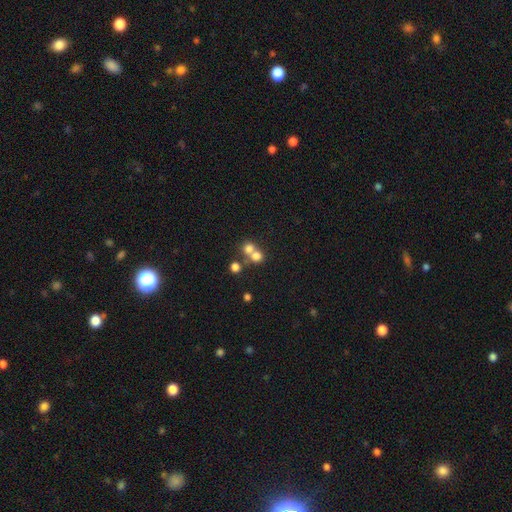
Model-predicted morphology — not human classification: A smooth galaxy with no disk features (71%) that is round (82%). Merging: merger (54%).